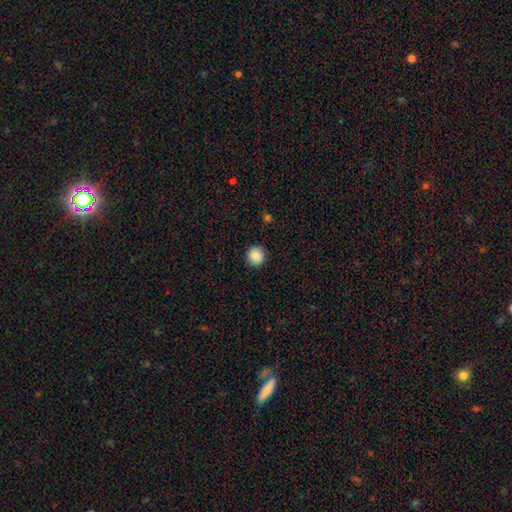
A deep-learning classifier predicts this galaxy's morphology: A smooth galaxy with no disk features (88%) that is round (93%). Merging: none (90%).